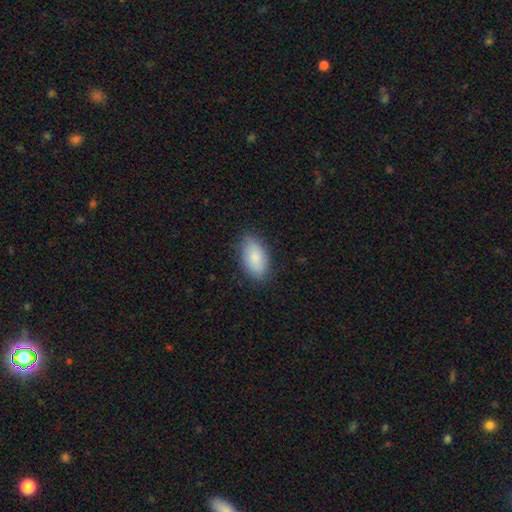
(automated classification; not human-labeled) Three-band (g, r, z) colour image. It shows a smooth galaxy with no disk features (87%) that is in between round and cigar-shaped (94%). Merging: none (84%).